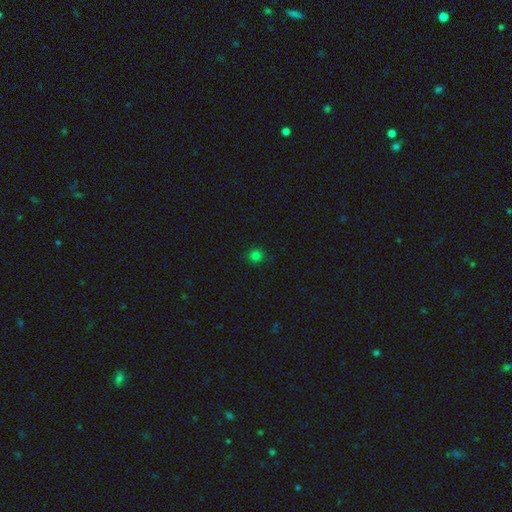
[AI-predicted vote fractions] Smooth or featured: smooth — 78% (star or artifact — 19%)
How rounded: round — 93% (in between — 6%)
Merging: none — 90% (minor disturbance — 7%)